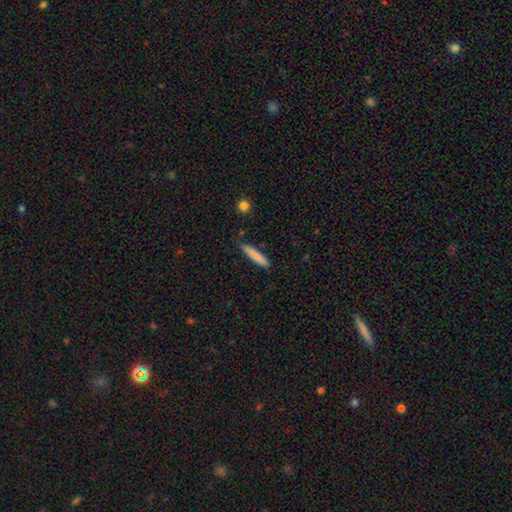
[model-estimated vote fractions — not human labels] This is clearly a smooth galaxy (81%). How rounded: clearly cigar-shaped (92%). Merging: clearly none (80%).